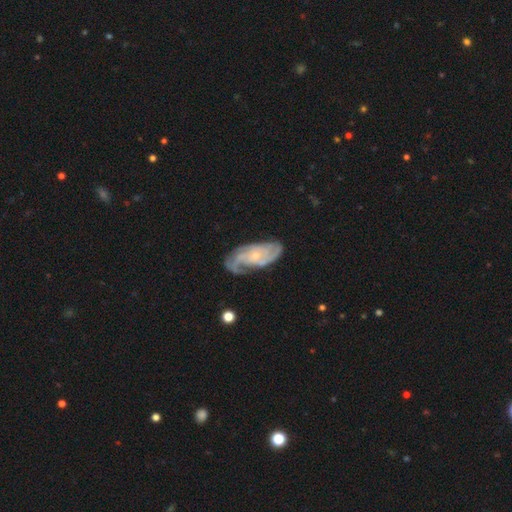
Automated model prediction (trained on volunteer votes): The model was most divided on "spiral winding": tight: 49%, medium: 40%, loose: 11%. Remaining: spiral arms — yes (97%); edge-on disk — no (96%); smooth or featured — featured or disk (87%); bulge size — small (75%); bar — no (69%); merging — none (68%); spiral arm count — 2 (37%).